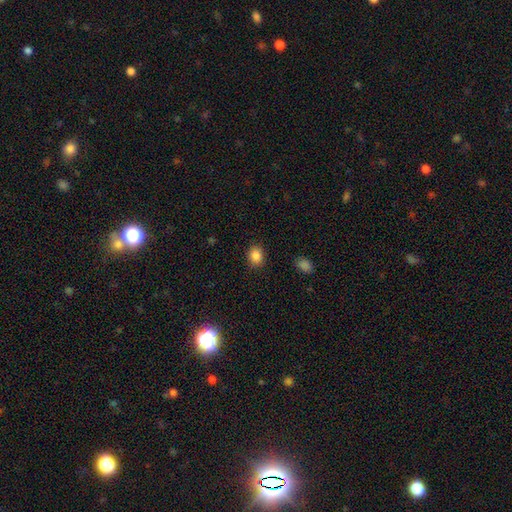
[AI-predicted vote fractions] A smooth galaxy with no disk features (86%) that is round (55%).

Vote fractions:
- Smooth or featured? smooth: 86% / star or artifact: 10% / featured or disk: 4%
- How rounded? round: 55% / in between: 44% / cigar-shaped: 1%
- Merging? none: 87% / minor disturbance: 9% / major disturbance: 3% / merger: 1%